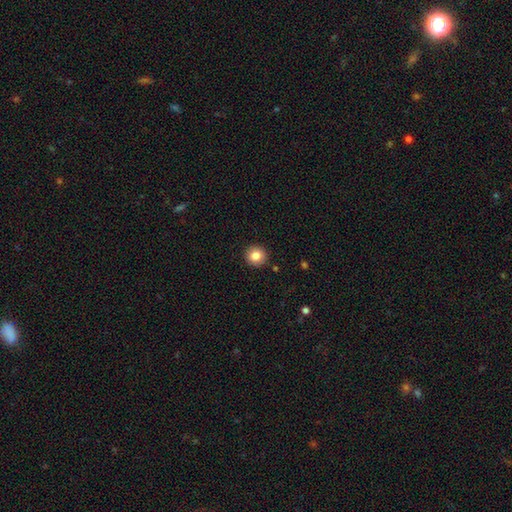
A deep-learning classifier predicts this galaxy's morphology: This appears to be a smooth galaxy with no disk features (84%) that is round (93%). Merging: none (92%).